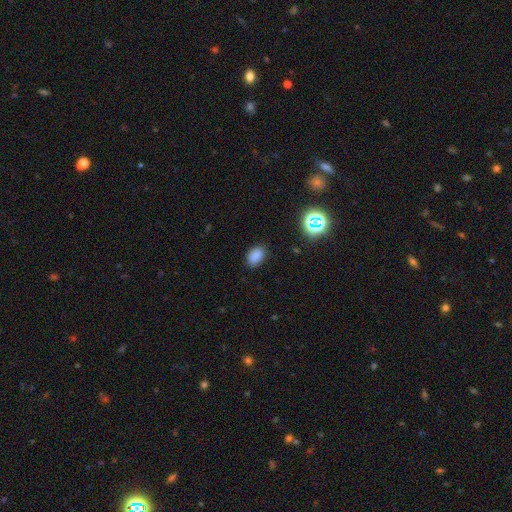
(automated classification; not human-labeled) Smooth or featured? smooth (81%)
How rounded? in between (85%)
Merging? none (82%)